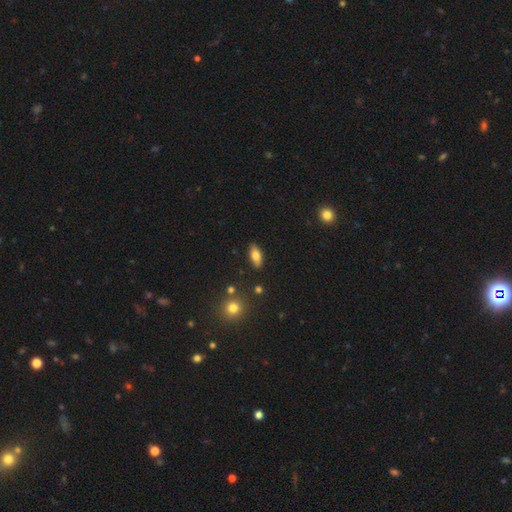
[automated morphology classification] Q: Smooth or featured?
A: smooth (74%); runner-up: featured or disk (18%)
Q: How rounded?
A: in between (82%); runner-up: cigar-shaped (15%)
Q: Merging?
A: none (87%); runner-up: minor disturbance (9%)